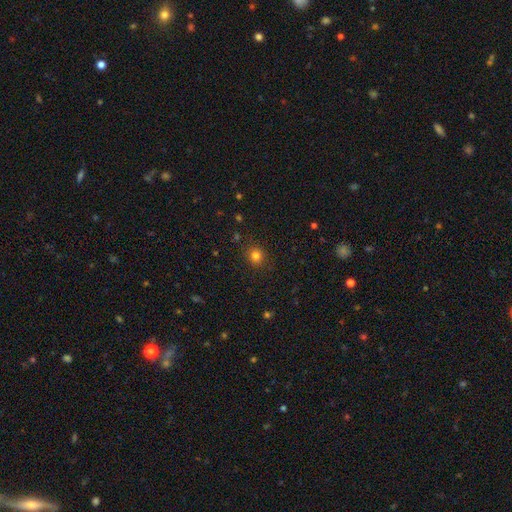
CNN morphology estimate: type=smooth (80%); roundness=round (87%); merging=none (89%).